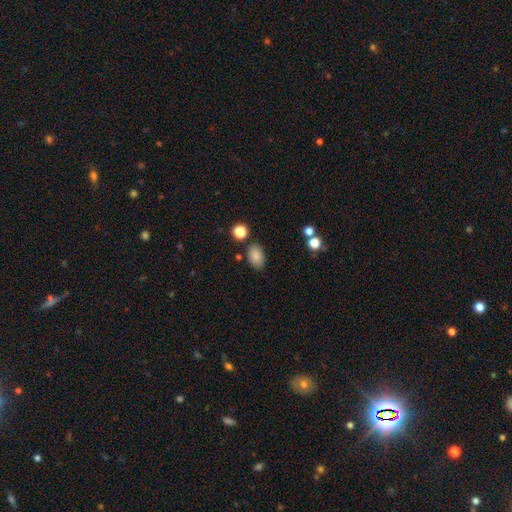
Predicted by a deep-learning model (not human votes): A smooth galaxy with no disk features (86%) that is in between round and cigar-shaped (88%).

Vote fractions:
- Smooth or featured? smooth: 86% / star or artifact: 9% / featured or disk: 5%
- How rounded? in between: 88% / round: 11% / cigar-shaped: 1%
- Merging? none: 80% / minor disturbance: 13% / merger: 4% / major disturbance: 3%